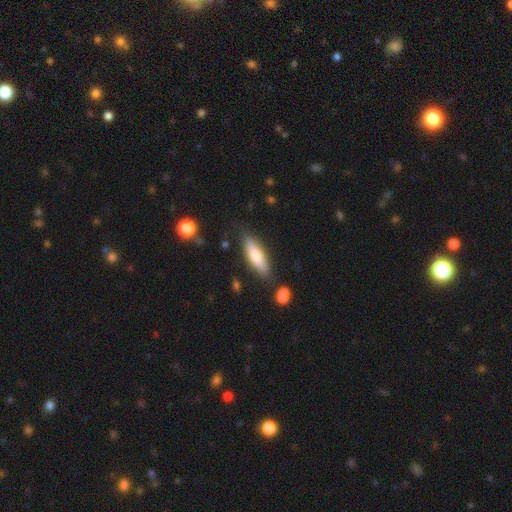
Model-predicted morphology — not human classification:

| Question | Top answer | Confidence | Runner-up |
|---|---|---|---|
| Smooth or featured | smooth | 68% | featured or disk (26%) |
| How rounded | cigar-shaped | 52% | in between (46%) |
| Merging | none | 80% | minor disturbance (13%) |